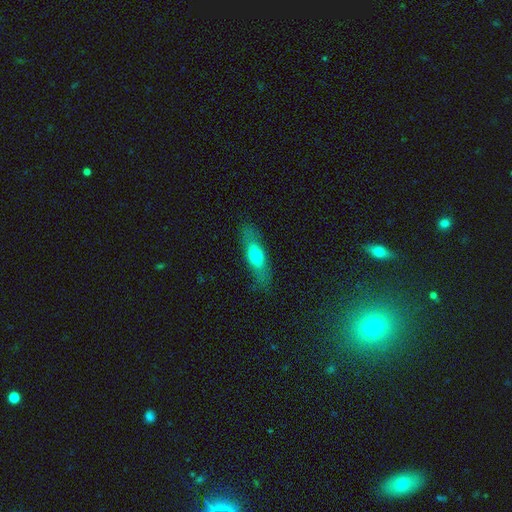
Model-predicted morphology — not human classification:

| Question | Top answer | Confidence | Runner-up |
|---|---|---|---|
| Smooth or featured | smooth | 64% | featured or disk (29%) |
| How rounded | cigar-shaped | 52% | in between (44%) |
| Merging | none | 80% | minor disturbance (14%) |